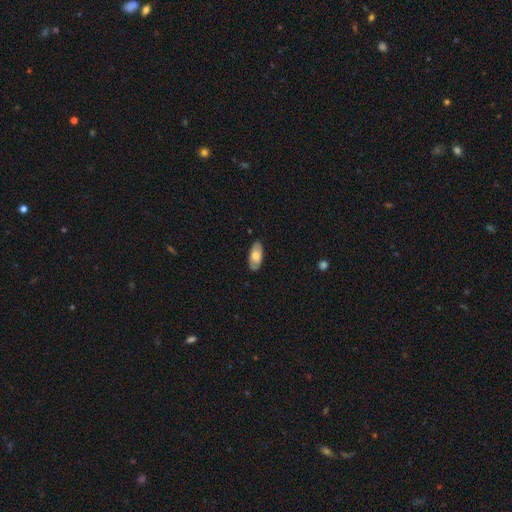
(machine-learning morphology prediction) A smooth galaxy with no disk features (63%) that is in between round and cigar-shaped (90%). Merging: none (85%).